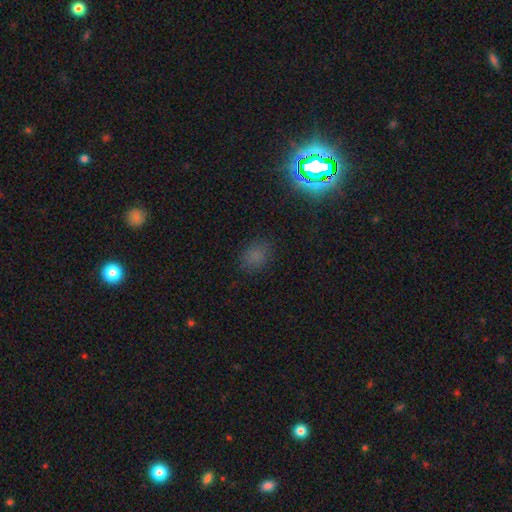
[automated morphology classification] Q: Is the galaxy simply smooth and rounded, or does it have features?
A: smooth — 69%.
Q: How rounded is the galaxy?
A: in between — 58%.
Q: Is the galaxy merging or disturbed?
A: none — 80%.